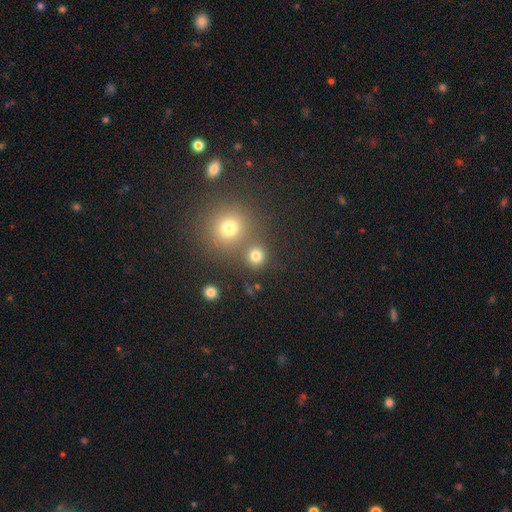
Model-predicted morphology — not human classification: This appears to be a smooth galaxy with no disk features (78%) that is round (89%). Merging: none (73%).